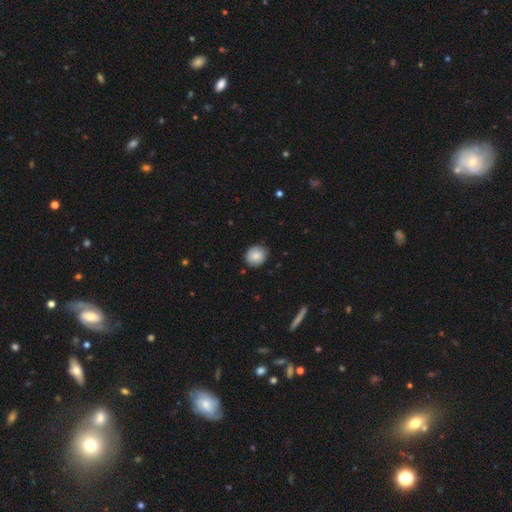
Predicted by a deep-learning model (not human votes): A smooth galaxy with no disk features (85%) that is round (82%).

Vote fractions:
- Smooth or featured? smooth: 85% / star or artifact: 8% / featured or disk: 7%
- How rounded? round: 82% / in between: 17% / cigar-shaped: 1%
- Merging? none: 85% / minor disturbance: 12% / major disturbance: 2% / merger: 1%